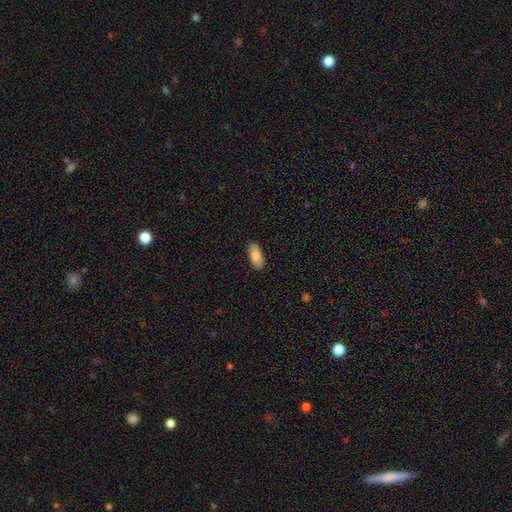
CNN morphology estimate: Smooth or featured? Predicted: smooth (p=0.87). How rounded? Predicted: in between (p=0.86). Merging? Predicted: none (p=0.88).